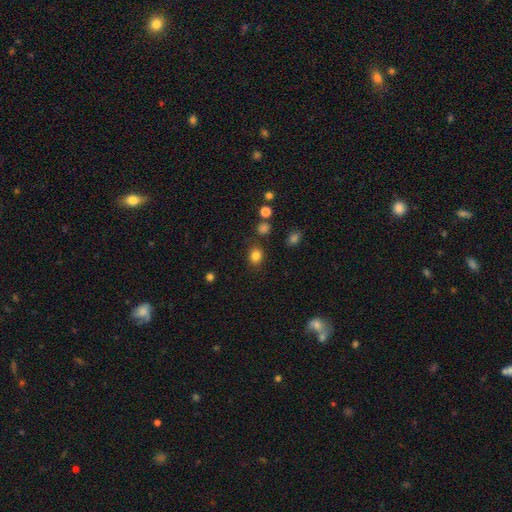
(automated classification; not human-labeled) This appears to be a smooth galaxy with no disk features (83%) that is round (63%). Merging: none (84%).